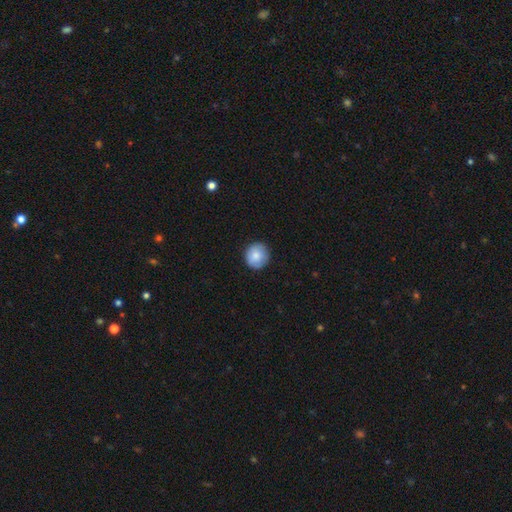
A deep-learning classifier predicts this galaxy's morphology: This is clearly a smooth galaxy (83%). How rounded: clearly round (91%). Merging: clearly none (87%).